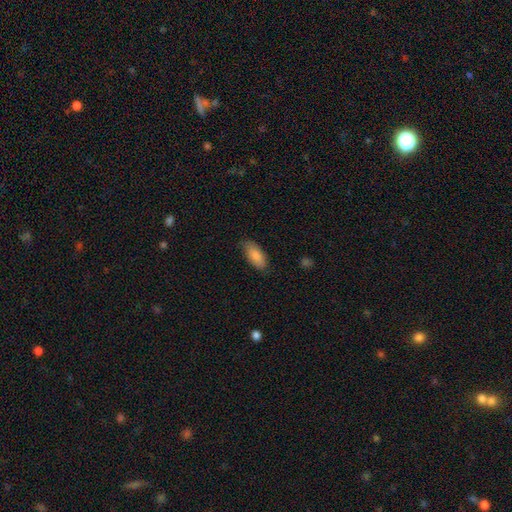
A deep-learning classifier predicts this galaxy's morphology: Smooth or featured? Predicted: smooth (p=0.86). How rounded? Predicted: in between (p=0.89). Merging? Predicted: none (p=0.72).